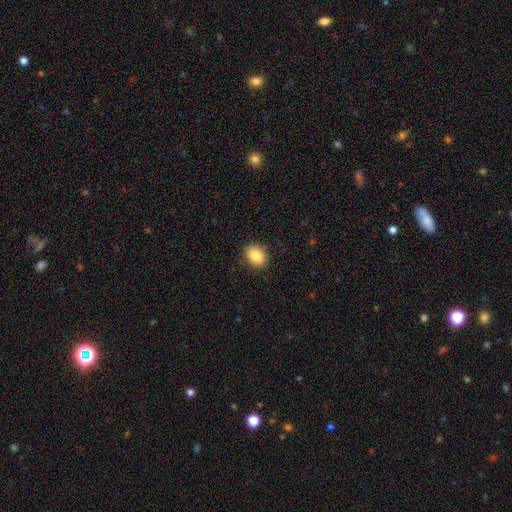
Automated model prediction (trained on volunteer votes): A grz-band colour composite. It shows a smooth galaxy with no disk features (85%) that is in between round and cigar-shaped (62%). Merging: none (89%).